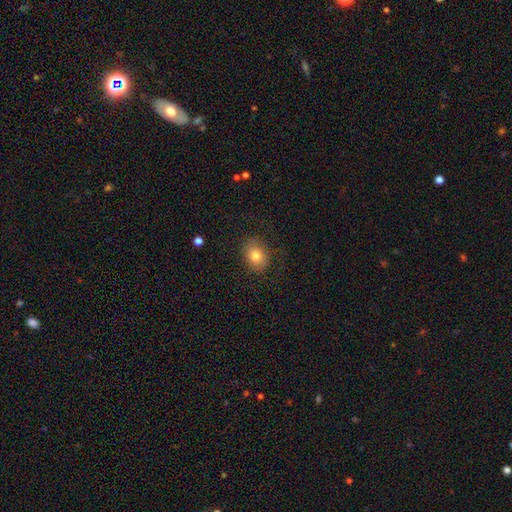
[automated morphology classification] Smooth or featured? smooth (79%)
How rounded? in between (60%)
Merging? none (78%)